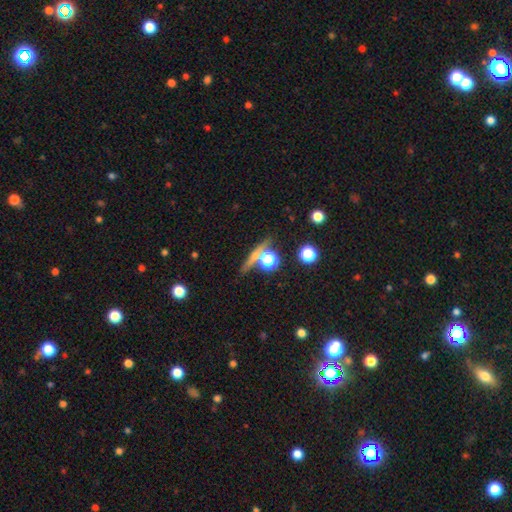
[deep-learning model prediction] Smooth or featured: smooth — 43% (featured or disk — 32%)
Merging: none — 72% (merger — 13%)